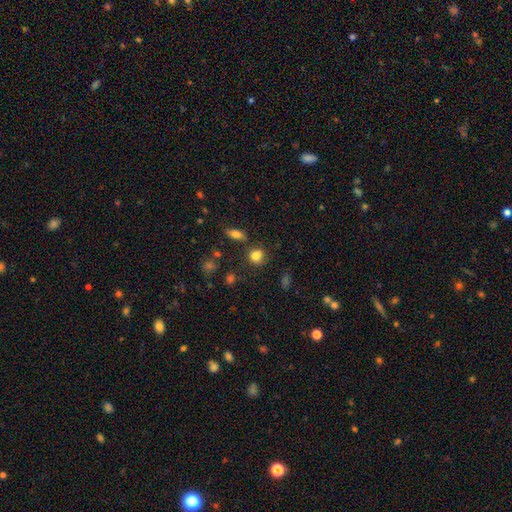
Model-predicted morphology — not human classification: smooth-or-featured: smooth: 83% | star or artifact: 11% | featured or disk: 7%
  how-rounded: round: 80% | in between: 19% | cigar-shaped: 1%
  merging: none: 76% | minor disturbance: 13% | merger: 7% | major disturbance: 4%